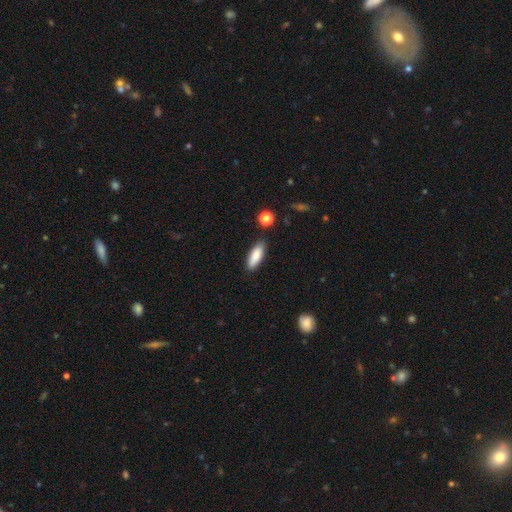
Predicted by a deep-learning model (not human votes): Smooth or featured? Predicted: smooth (p=0.85). How rounded? Predicted: in between (p=0.63). Merging? Predicted: none (p=0.84).